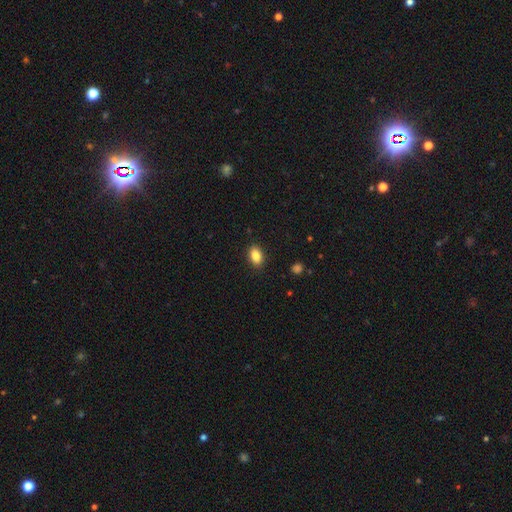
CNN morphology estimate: type=smooth (86%); roundness=in between (87%); merging=none (89%).